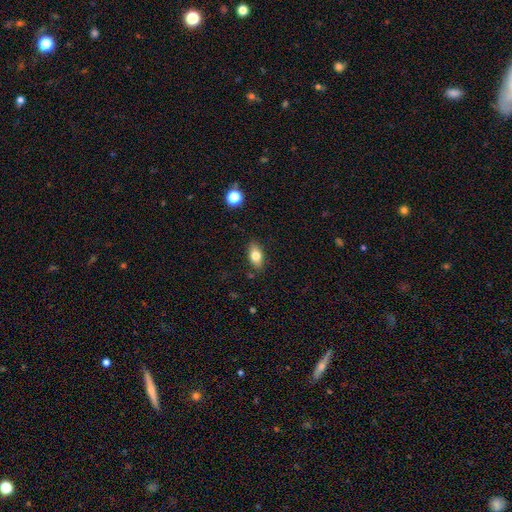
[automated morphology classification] Smooth or featured: smooth — 75% (featured or disk — 17%)
How rounded: in between — 84% (round — 8%)
Merging: none — 85% (minor disturbance — 11%)